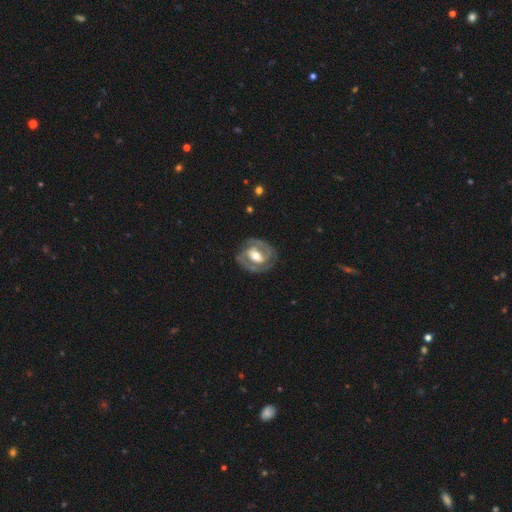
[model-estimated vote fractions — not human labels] featured or disk 83%, smooth 13%, star or artifact 4%. Down the decision tree: edge-on disk — no (96%); bar — strong (39%); spiral arms — yes (85%); spiral arm count — 2 (86%); spiral winding — tight (50%); bulge size — moderate (69%); merging — none (78%).